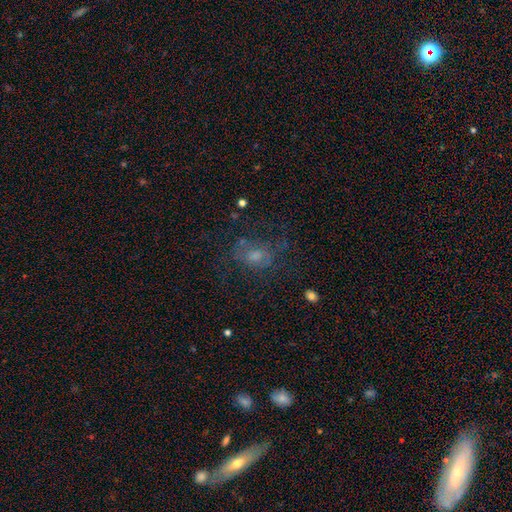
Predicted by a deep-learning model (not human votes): A smooth galaxy with no disk features (48%). Merging: none (52%).